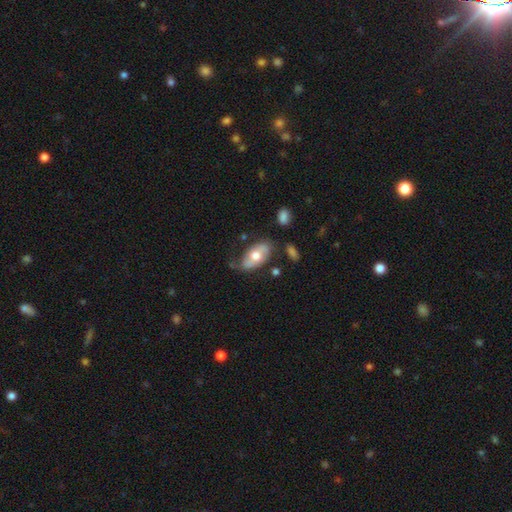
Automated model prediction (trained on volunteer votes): Smooth or featured? smooth (57%)
How rounded? in between (92%)
Merging? none (58%)